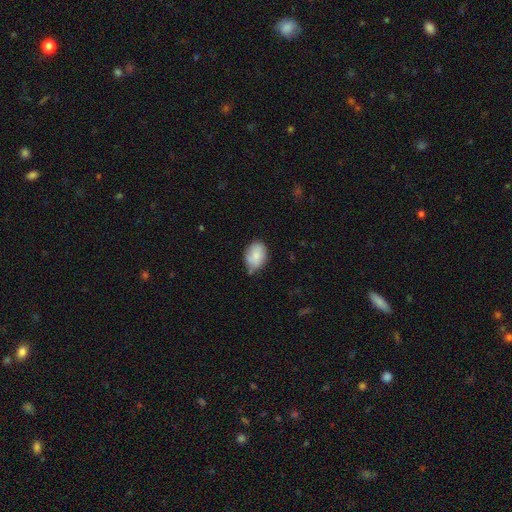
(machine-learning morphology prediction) Smooth or featured: smooth — 82% (featured or disk — 11%)
How rounded: in between — 82% (round — 17%)
Merging: none — 60% (minor disturbance — 31%)